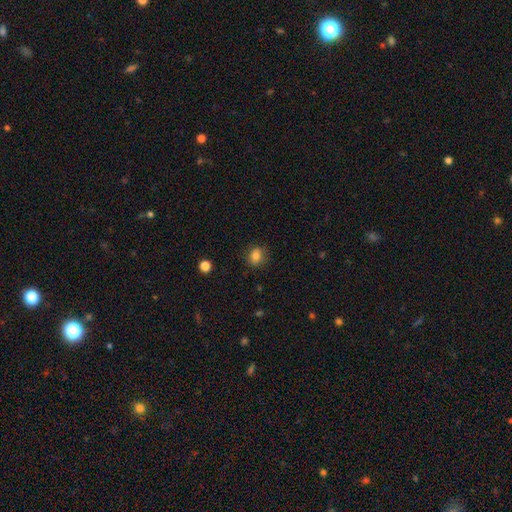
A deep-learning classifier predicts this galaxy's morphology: This is clearly a smooth galaxy (83%). How rounded: likely round (66%). Merging: clearly none (84%).